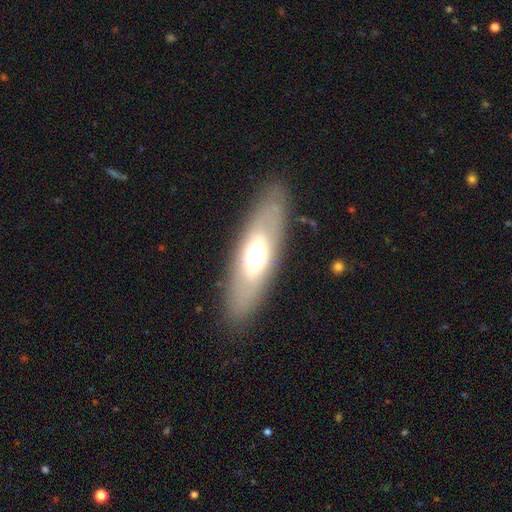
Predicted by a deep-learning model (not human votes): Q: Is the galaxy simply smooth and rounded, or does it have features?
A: smooth — 53%.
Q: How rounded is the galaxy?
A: in between — 61%.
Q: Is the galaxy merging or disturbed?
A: none — 85%.